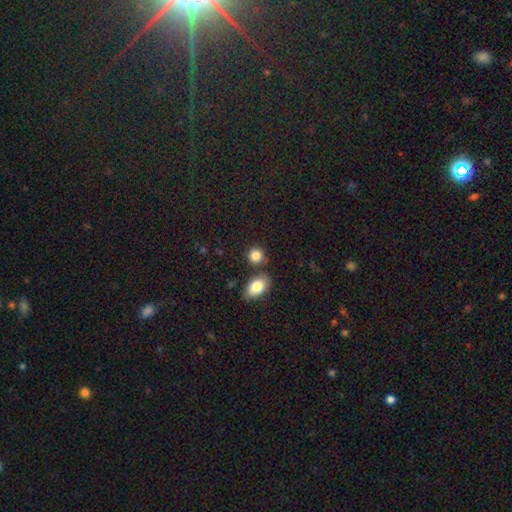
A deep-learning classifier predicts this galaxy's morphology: This is clearly a smooth galaxy (85%). How rounded: likely round (77%). Merging: likely none (73%).